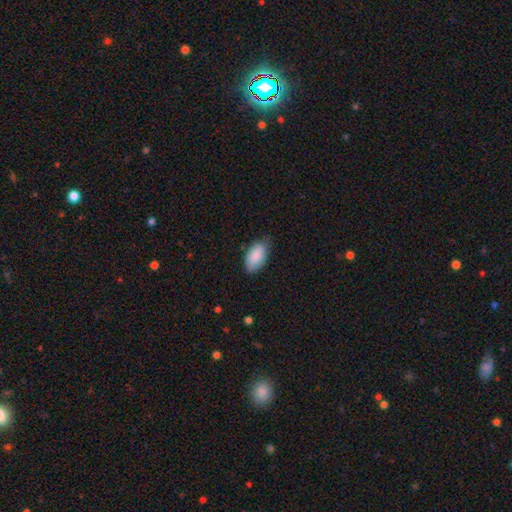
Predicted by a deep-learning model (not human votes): Morphology: type=smooth (88%); roundness=in between (95%); merging=none (69%).